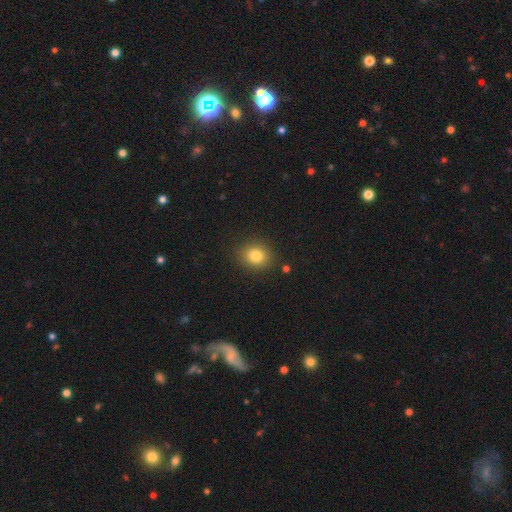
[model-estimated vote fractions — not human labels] Overall: smooth (82%). How rounded: round (69%; in between 30%). Merging: none (88%).